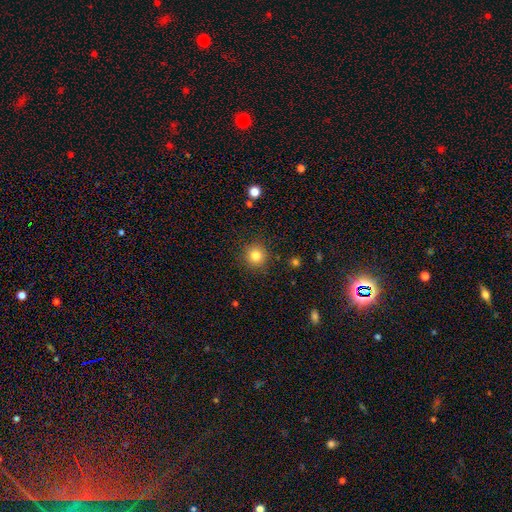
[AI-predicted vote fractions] smooth 82%, star or artifact 12%, featured or disk 6%. Down the decision tree: how rounded — round (93%); merging — none (90%).